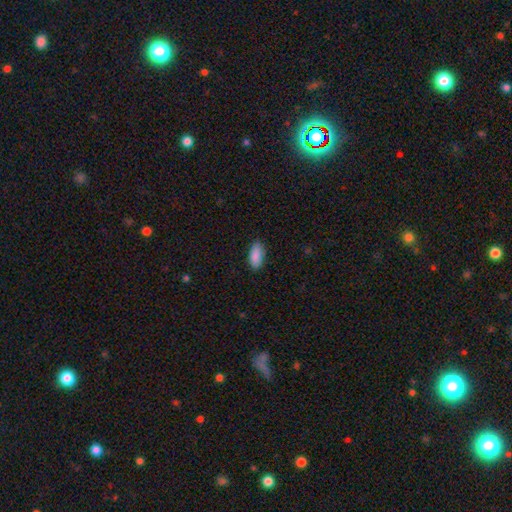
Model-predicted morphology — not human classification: This appears to be a smooth galaxy with no disk features (89%) that is in between round and cigar-shaped (89%). Merging: none (84%).